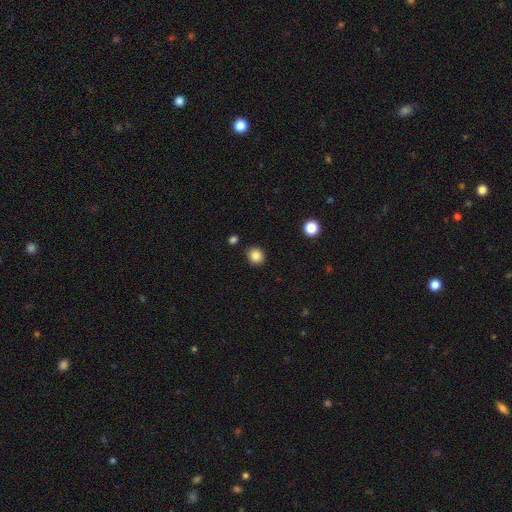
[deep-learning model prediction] Overall: smooth (85%). How rounded: round (84%). Merging: none (88%).